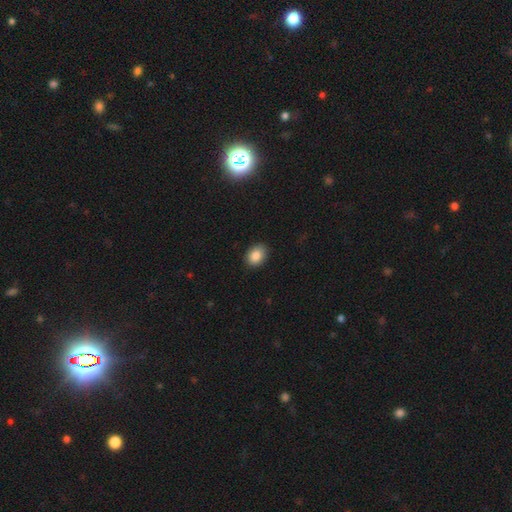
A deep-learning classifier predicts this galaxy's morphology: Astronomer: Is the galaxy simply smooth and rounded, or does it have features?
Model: smooth — 86%.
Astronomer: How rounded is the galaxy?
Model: in between — 68%.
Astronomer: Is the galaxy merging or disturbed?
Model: none — 87%.